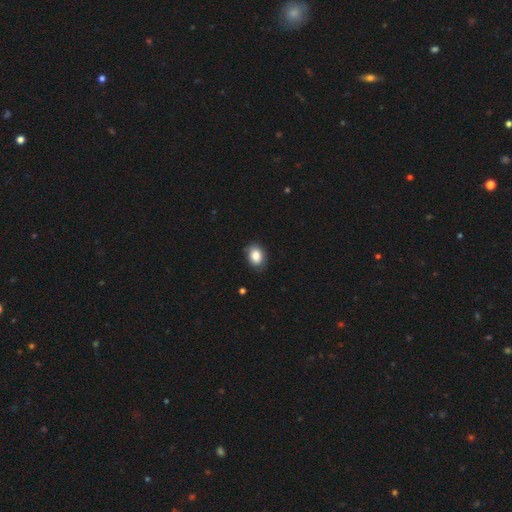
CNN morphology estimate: This appears to be a smooth galaxy with no disk features (82%) that is in between round and cigar-shaped (75%). Merging: none (76%).